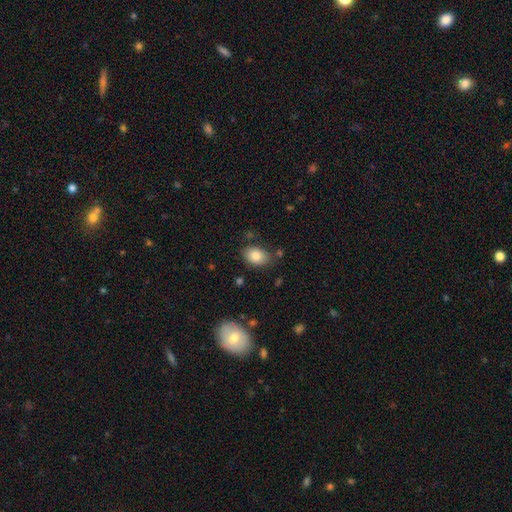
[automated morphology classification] Smooth or featured?
  - smooth: 83% *
  - featured or disk: 9%
  - star or artifact: 8%
How rounded?
  - in between: 79% *
  - round: 20%
  - cigar-shaped: 1%
Merging?
  - none: 78% *
  - minor disturbance: 15%
  - merger: 4%
  - major disturbance: 4%